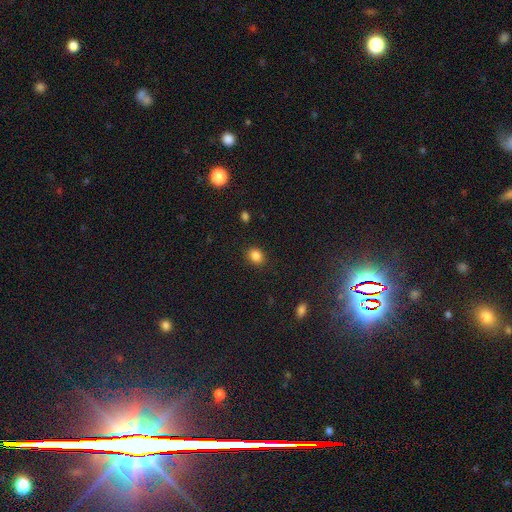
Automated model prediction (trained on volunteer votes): Overall: smooth (84%). How rounded: round (51%; in between 48%). Merging: none (87%).